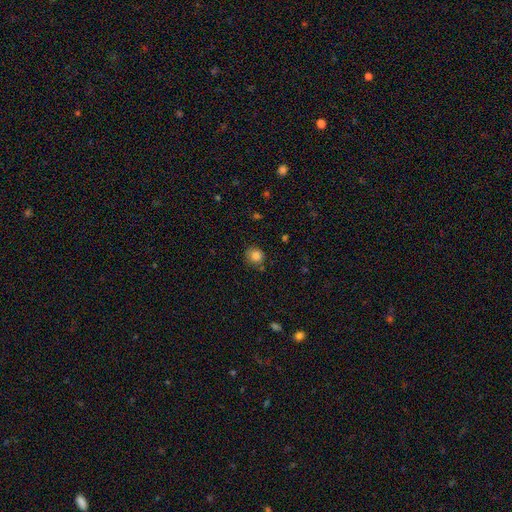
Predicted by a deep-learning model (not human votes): smooth-or-featured: smooth: 83% | star or artifact: 11% | featured or disk: 6%
  how-rounded: round: 86% | in between: 13% | cigar-shaped: 1%
  merging: none: 81% | minor disturbance: 13% | merger: 3% | major disturbance: 3%